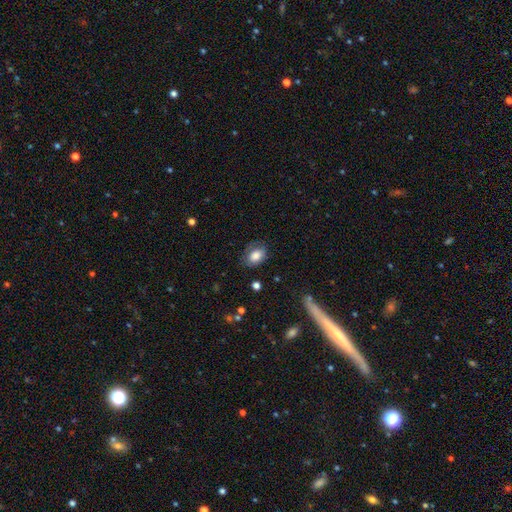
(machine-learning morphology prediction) This appears to be a smooth galaxy with no disk features (77%) that is in between round and cigar-shaped (77%). Merging: none (72%).